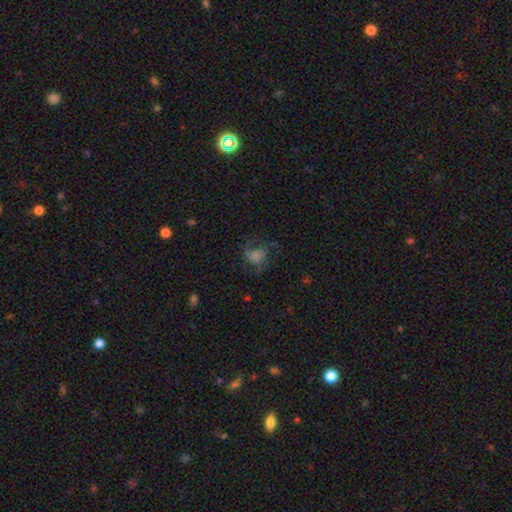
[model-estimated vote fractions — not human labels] The model was most divided on "smooth or featured": featured or disk: 42%, smooth: 41%, star or artifact: 18%. More confident: merging — none (57%).